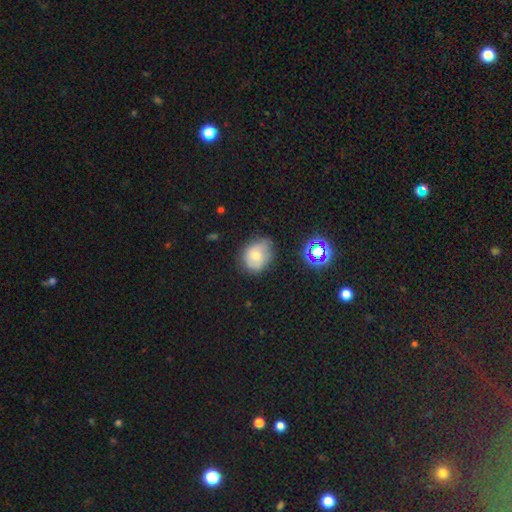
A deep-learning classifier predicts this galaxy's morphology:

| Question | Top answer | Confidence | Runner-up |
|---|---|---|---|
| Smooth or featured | smooth | 64% | featured or disk (23%) |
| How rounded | round | 50% | in between (49%) |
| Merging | none | 57% | minor disturbance (32%) |